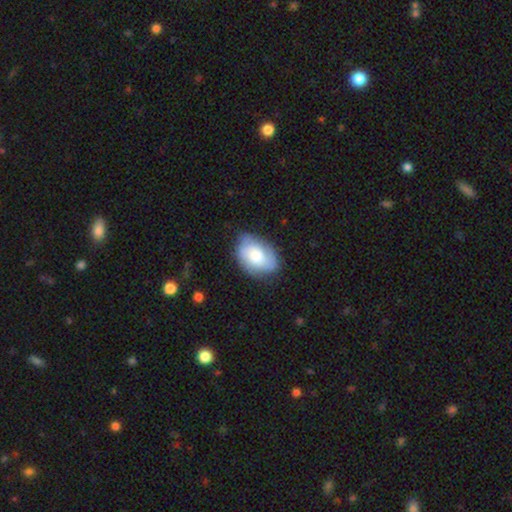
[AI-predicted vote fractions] Smooth or featured? Predicted: smooth (p=0.54). How rounded? Predicted: in between (p=0.86). Merging? Predicted: none (p=0.69).